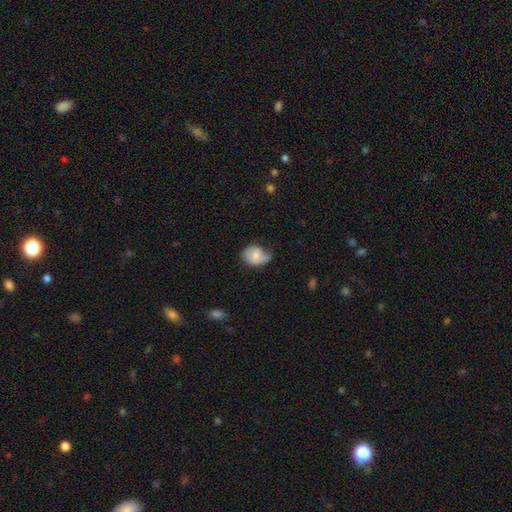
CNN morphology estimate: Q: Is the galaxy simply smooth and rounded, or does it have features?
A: smooth — 58%.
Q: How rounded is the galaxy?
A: in between — 55%.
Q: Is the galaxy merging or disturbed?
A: minor disturbance — 38%.